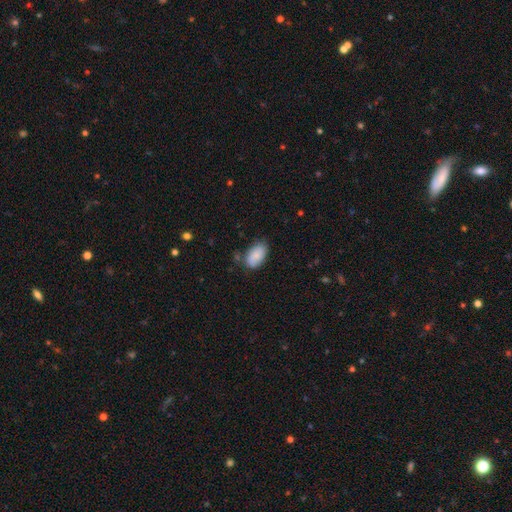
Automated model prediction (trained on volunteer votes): smooth_or_featured: smooth (p=0.82) [alt: featured or disk p=0.11]
how_rounded: in between (p=0.93) [alt: round p=0.05]
merging: none (p=0.68) [alt: minor disturbance p=0.24]